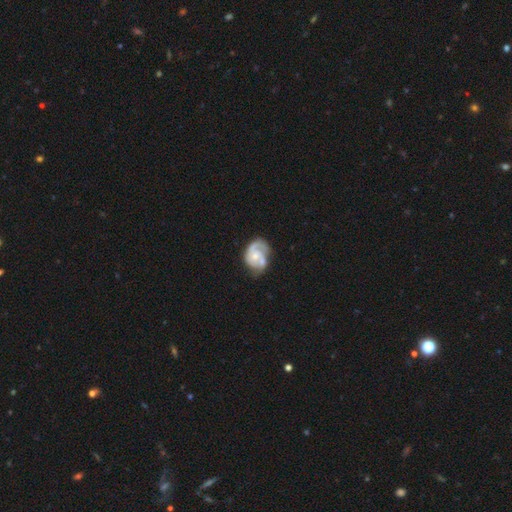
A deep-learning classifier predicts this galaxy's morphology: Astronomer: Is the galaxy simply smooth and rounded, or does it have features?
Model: featured or disk — 78%.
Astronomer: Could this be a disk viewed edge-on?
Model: no — 98%.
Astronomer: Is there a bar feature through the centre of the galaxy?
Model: no — 68%.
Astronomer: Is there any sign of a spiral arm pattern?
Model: yes — 92%.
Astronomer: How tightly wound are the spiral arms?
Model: tight — 44% (runner-up: medium, 41%).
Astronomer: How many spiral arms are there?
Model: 2 — 56%.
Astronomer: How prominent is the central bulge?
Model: small — 50% (runner-up: moderate, 40%).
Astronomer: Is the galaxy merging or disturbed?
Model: none — 44% (runner-up: minor disturbance, 25%).